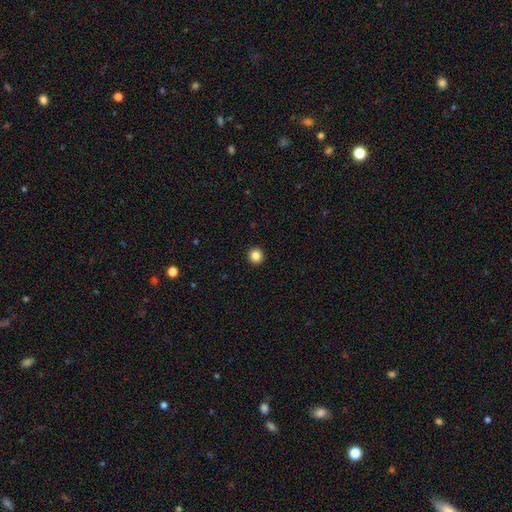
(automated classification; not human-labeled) Smooth or featured? Predicted: smooth (p=0.85). How rounded? Predicted: round (p=0.94). Merging? Predicted: none (p=0.94).